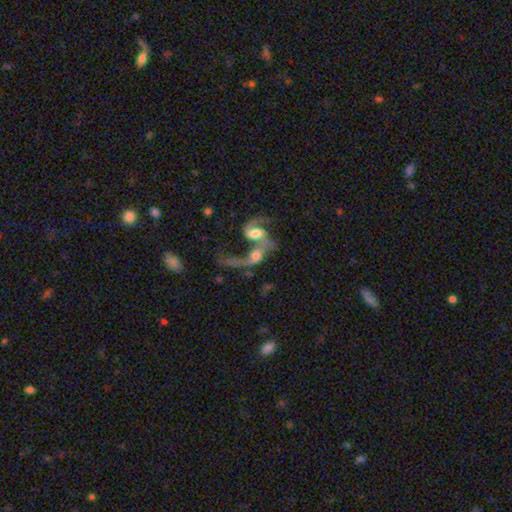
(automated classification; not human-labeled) Morphology: type=featured or disk (67%); edge-on=no (94%); bar=no (53%); spiral arms=yes (80%); winding=loose (73%); arm count=2 (59%); bulge=moderate (51%); merging=merger (80%).